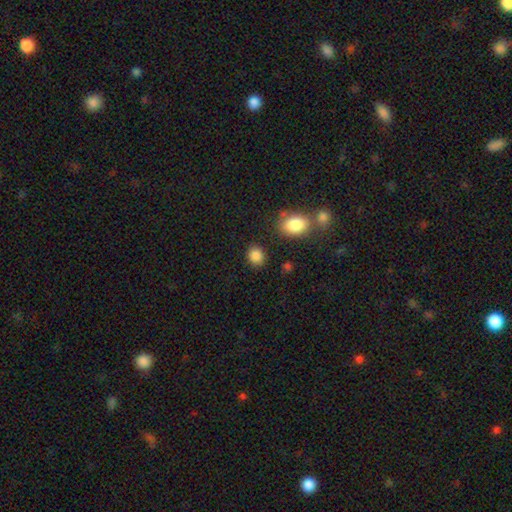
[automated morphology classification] Q: Smooth or featured?
A: smooth (86%); runner-up: star or artifact (10%)
Q: How rounded?
A: round (60%); runner-up: in between (39%)
Q: Merging?
A: none (85%); runner-up: minor disturbance (9%)